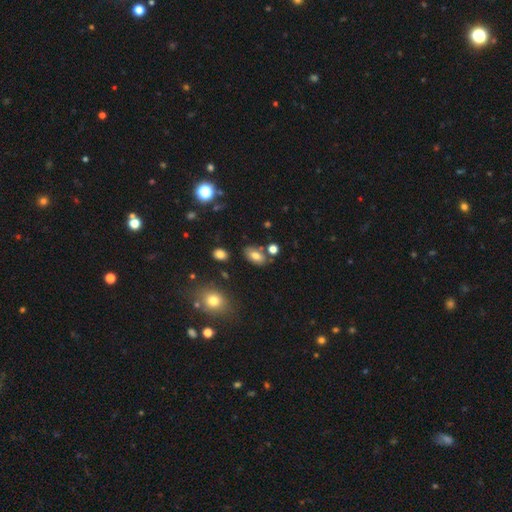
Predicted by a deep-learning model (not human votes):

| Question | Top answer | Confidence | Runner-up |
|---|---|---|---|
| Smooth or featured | smooth | 74% | featured or disk (15%) |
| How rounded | in between | 89% | round (8%) |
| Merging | none | 71% | minor disturbance (14%) |